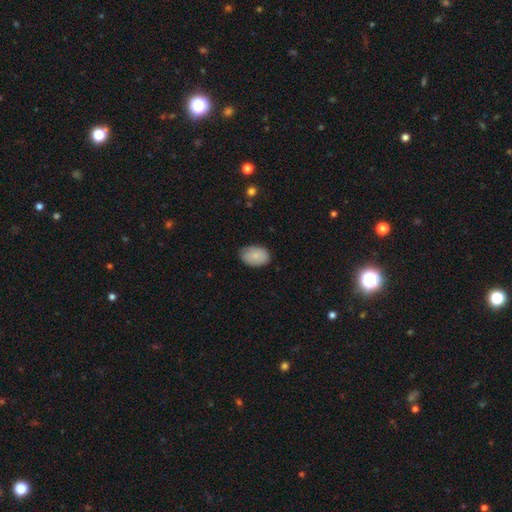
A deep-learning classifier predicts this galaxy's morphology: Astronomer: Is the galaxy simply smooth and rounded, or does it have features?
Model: smooth — 83%.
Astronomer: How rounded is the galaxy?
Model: in between — 86%.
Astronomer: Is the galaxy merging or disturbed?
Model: none — 78%.